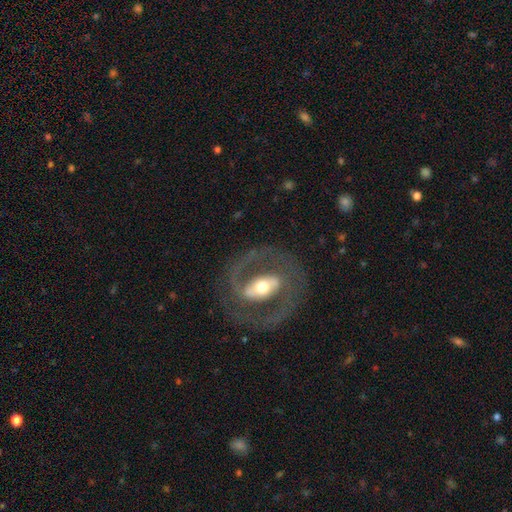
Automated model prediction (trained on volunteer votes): The model was most divided on "spiral winding": tight: 44%, medium: 42%, loose: 14%. More confident: edge-on disk — no (91%); smooth or featured — featured or disk (83%); spiral arm count — 2 (83%); merging — none (82%); spiral arms — yes (71%); bulge size — moderate (62%); bar — strong (54%).